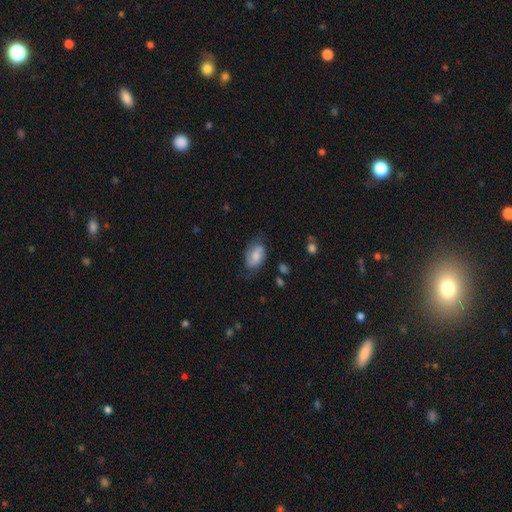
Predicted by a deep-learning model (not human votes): This appears to be a smooth galaxy with no disk features (51%) that is in between round and cigar-shaped (88%). Merging: none (64%).